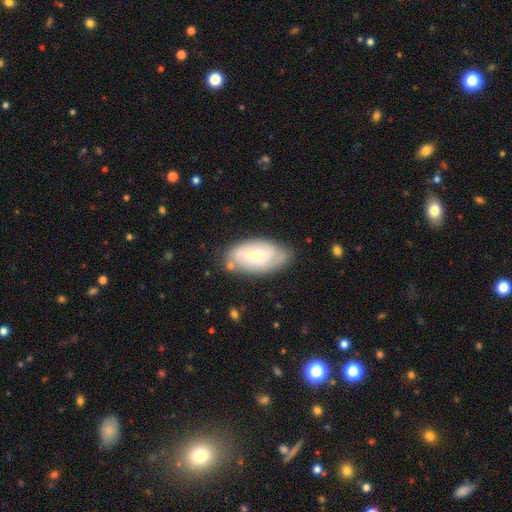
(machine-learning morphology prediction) This is possibly a featured or disk galaxy (50%). Merging: likely none (70%).